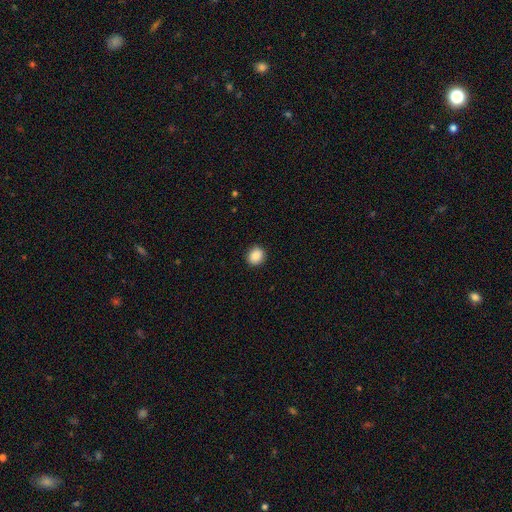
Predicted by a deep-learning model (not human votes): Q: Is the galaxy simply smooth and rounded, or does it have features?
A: smooth — 88%.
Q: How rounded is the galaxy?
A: round — 75%.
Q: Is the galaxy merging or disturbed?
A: none — 90%.